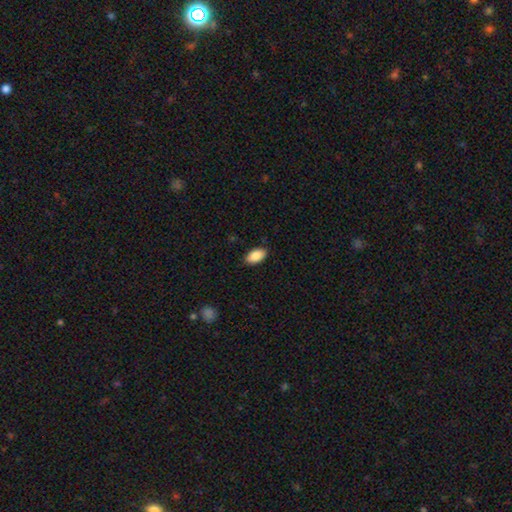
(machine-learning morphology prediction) smooth_or_featured: smooth (p=0.88) [alt: star or artifact p=0.07]
how_rounded: in between (p=0.94) [alt: round p=0.03]
merging: none (p=0.87) [alt: minor disturbance p=0.10]